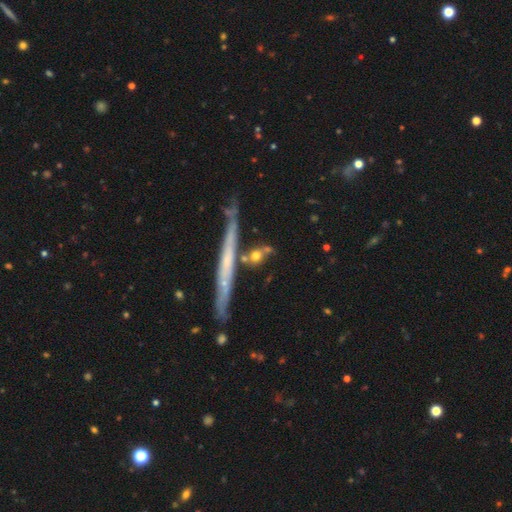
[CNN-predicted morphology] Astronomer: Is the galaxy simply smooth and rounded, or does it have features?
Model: smooth — 63%.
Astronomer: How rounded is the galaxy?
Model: round — 56%.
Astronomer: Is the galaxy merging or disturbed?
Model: none — 65%.